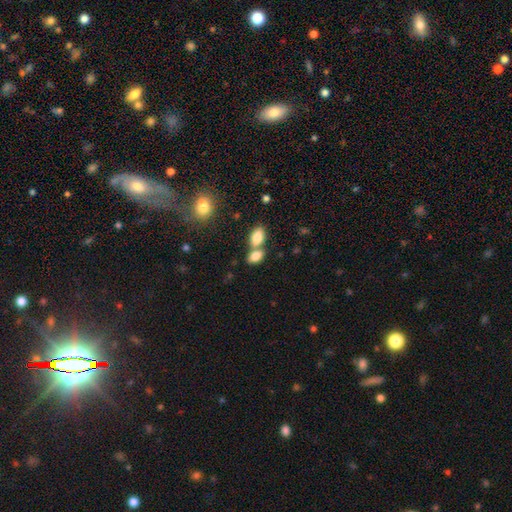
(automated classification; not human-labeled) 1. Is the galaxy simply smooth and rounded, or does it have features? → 84% smooth, 8% featured or disk, 8% star or artifact.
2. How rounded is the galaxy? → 90% in between, 7% round, 3% cigar-shaped.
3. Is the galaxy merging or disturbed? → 51% merger, 38% none, 8% minor disturbance, 3% major disturbance.